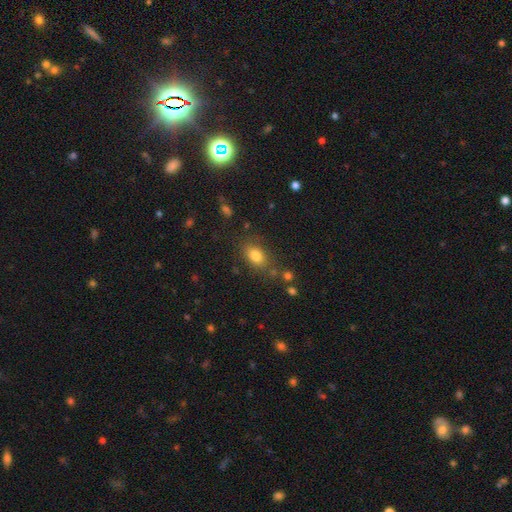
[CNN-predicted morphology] smooth-or-featured: smooth: 81% | star or artifact: 10% | featured or disk: 9%
  how-rounded: in between: 81% | round: 17% | cigar-shaped: 2%
  merging: none: 76% | minor disturbance: 14% | major disturbance: 5% | merger: 5%